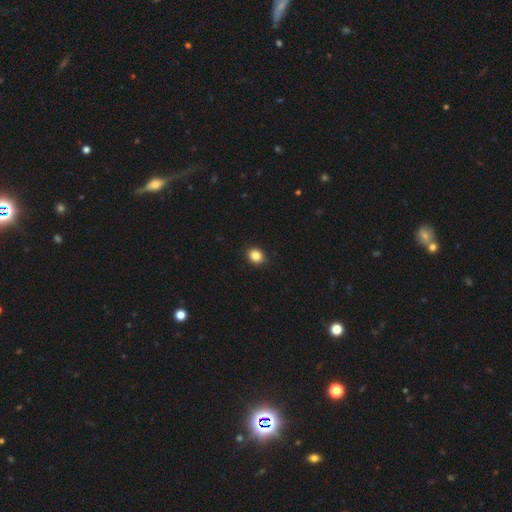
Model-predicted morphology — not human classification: The model was most divided on "how rounded": round: 62%, in between: 37%, cigar-shaped: 1%. More confident: merging — none (89%); smooth or featured — smooth (84%).